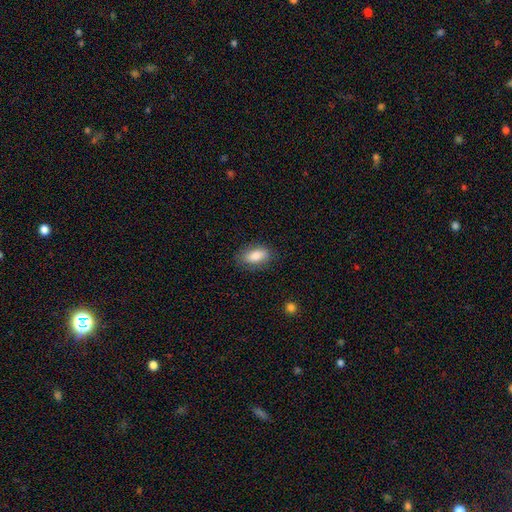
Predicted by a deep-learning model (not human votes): Smooth or featured: smooth — 79% (featured or disk — 14%)
How rounded: in between — 88% (cigar-shaped — 7%)
Merging: none — 79% (minor disturbance — 15%)